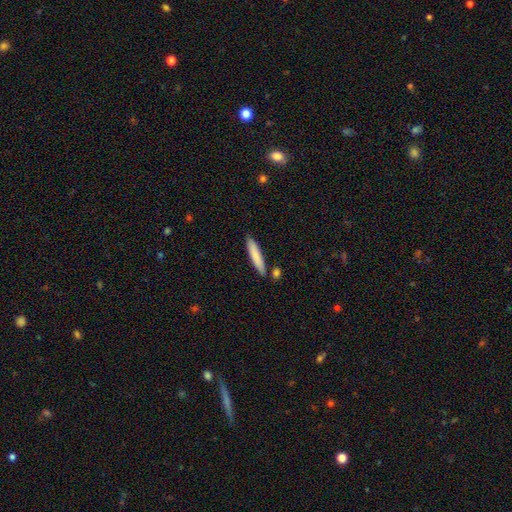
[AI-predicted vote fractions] smooth_or_featured: smooth (p=0.81) [alt: featured or disk p=0.13]
how_rounded: cigar-shaped (p=0.89) [alt: in between p=0.10]
merging: none (p=0.82) [alt: minor disturbance p=0.10]